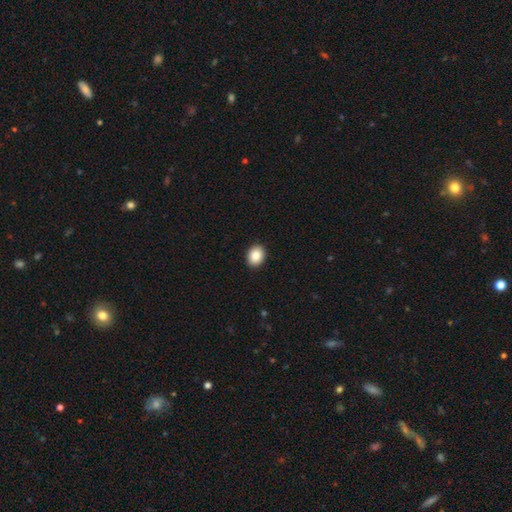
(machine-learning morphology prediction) This appears to be a smooth galaxy with no disk features (86%) that is in between round and cigar-shaped (52%). Merging: none (92%).